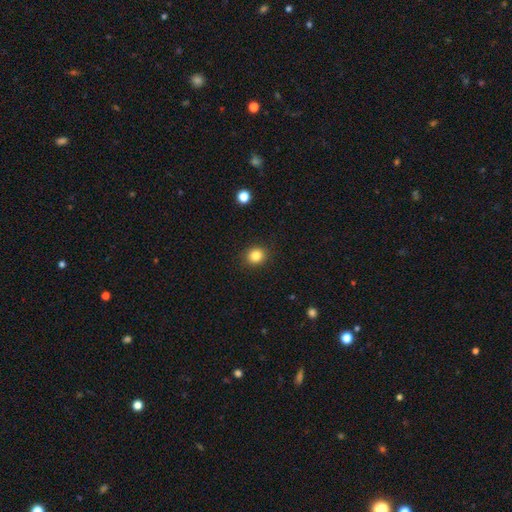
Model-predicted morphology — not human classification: A smooth galaxy with no disk features (84%) that is round (80%).

Vote fractions:
- Smooth or featured? smooth: 84% / star or artifact: 11% / featured or disk: 5%
- How rounded? round: 80% / in between: 19% / cigar-shaped: 1%
- Merging? none: 90% / minor disturbance: 7% / major disturbance: 2% / merger: 1%